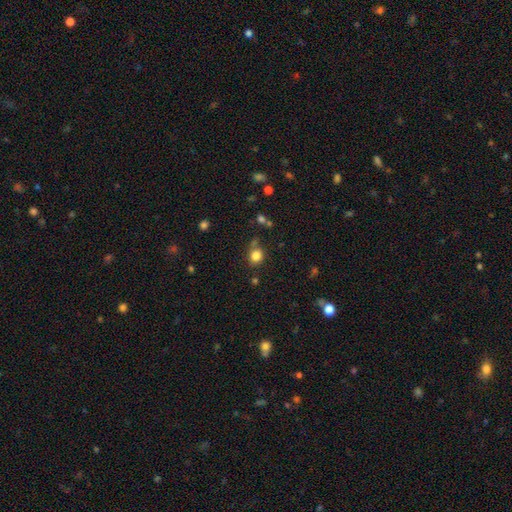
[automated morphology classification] Smooth or featured? smooth (82%)
How rounded? round (76%)
Merging? none (74%)